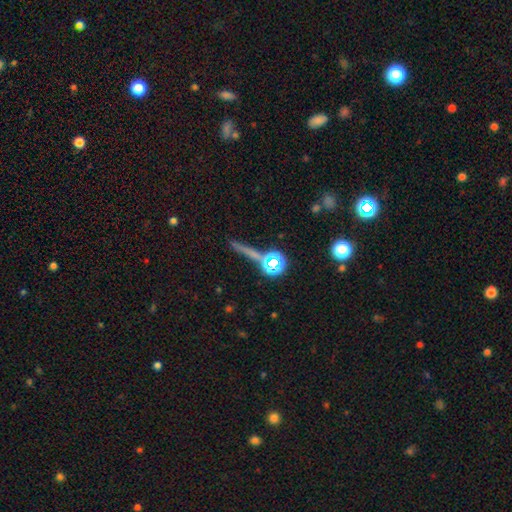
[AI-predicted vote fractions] smooth_or_featured: smooth (p=0.43) [alt: star or artifact p=0.31]
merging: none (p=0.69) [alt: merger p=0.14]